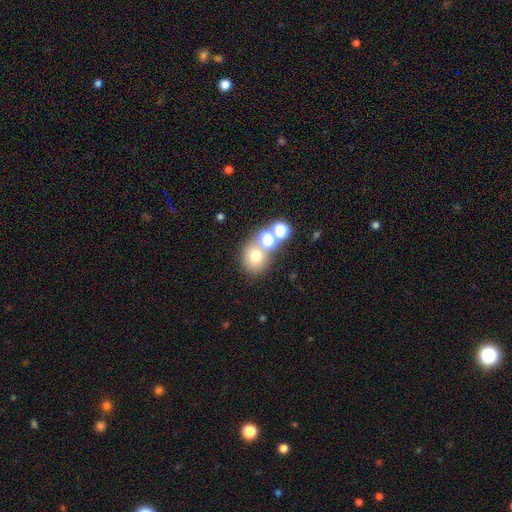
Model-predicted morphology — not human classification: smooth-or-featured: smooth: 67% | star or artifact: 19% | featured or disk: 13%
  how-rounded: round: 78% | in between: 21% | cigar-shaped: 1%
  merging: none: 56% | merger: 30% | minor disturbance: 9% | major disturbance: 5%